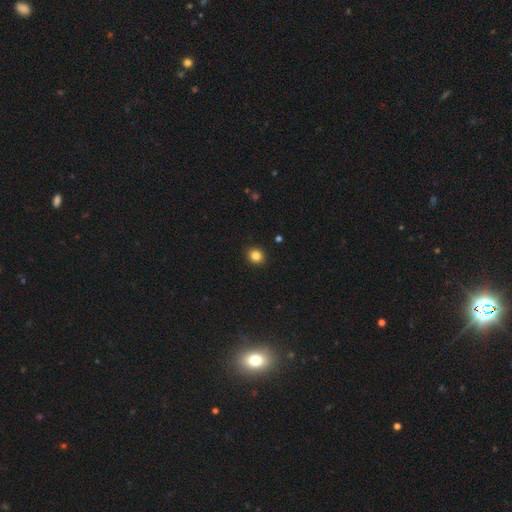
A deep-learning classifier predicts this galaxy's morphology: Smooth or featured? smooth (84%)
How rounded? round (76%)
Merging? none (91%)